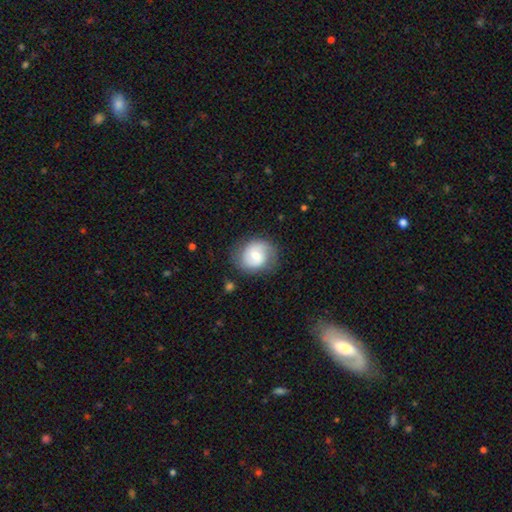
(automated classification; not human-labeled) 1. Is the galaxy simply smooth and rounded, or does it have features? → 50% featured or disk, 43% smooth, 7% star or artifact.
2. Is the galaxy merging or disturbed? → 75% none, 17% minor disturbance, 6% major disturbance, 2% merger.